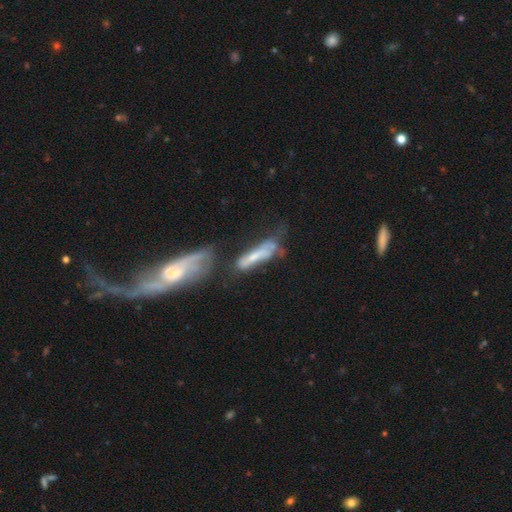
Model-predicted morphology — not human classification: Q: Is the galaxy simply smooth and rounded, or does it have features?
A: featured or disk — 50%.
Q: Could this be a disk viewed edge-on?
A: no — 57%.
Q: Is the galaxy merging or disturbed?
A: merger — 30%.